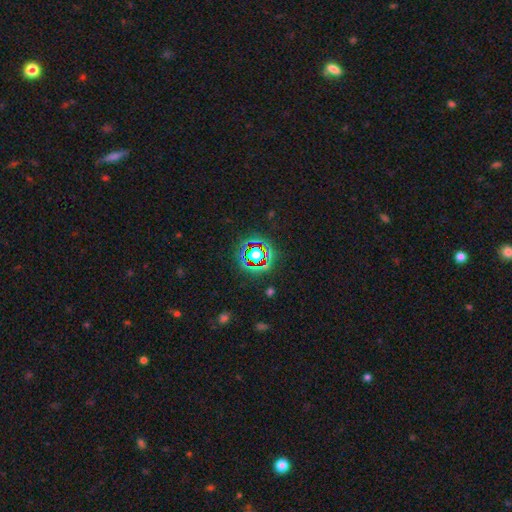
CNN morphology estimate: The model was most divided on "smooth or featured": star or artifact: 69%, smooth: 20%, featured or disk: 11%.